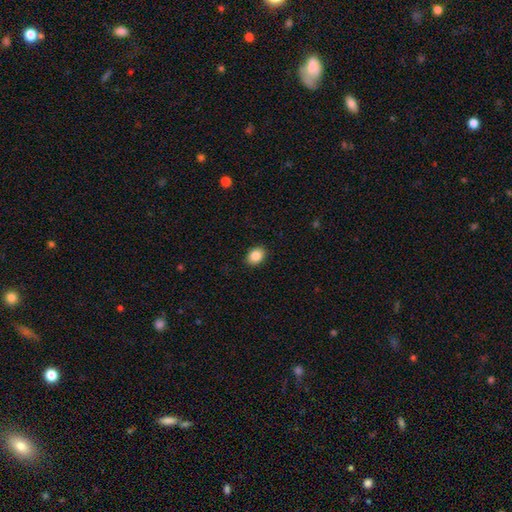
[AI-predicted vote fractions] Overall: smooth (87%). How rounded: in between (66%; round 34%). Merging: none (90%).